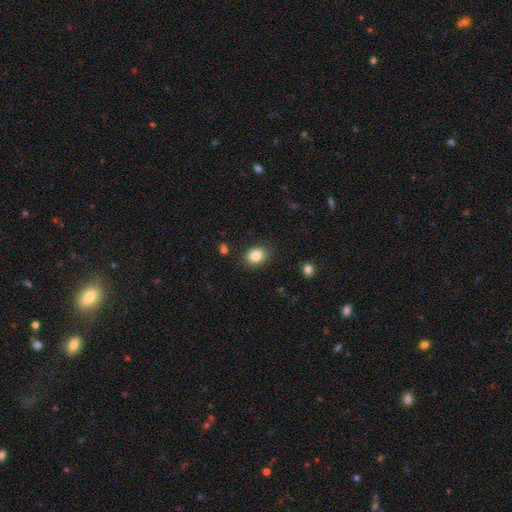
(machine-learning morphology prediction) This appears to be a smooth galaxy with no disk features (85%) that is in between round and cigar-shaped (66%). Merging: none (86%).